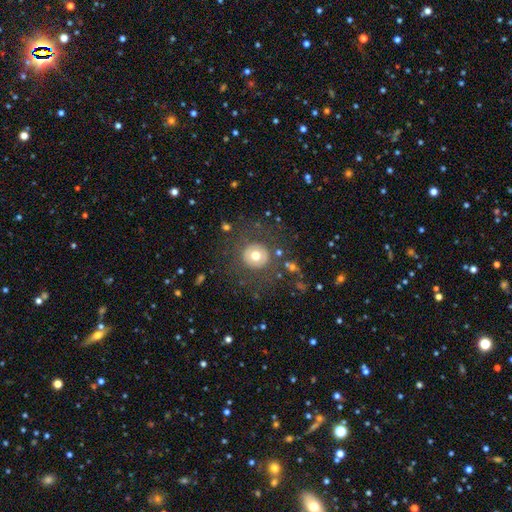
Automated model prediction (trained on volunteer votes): smooth-or-featured: smooth: 63% | featured or disk: 26% | star or artifact: 11%
  how-rounded: round: 94% | in between: 6% | cigar-shaped: 1%
  merging: none: 78% | major disturbance: 10% | minor disturbance: 10% | merger: 2%